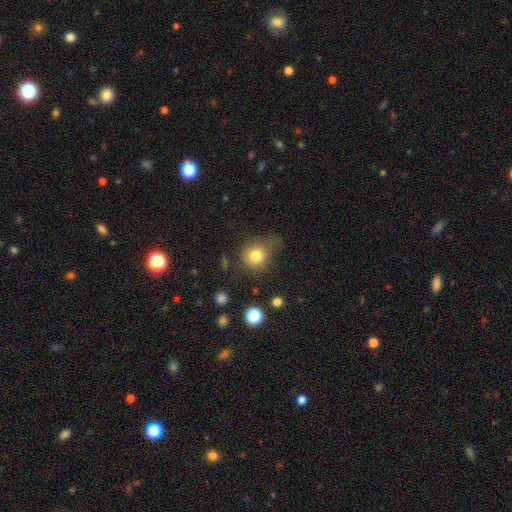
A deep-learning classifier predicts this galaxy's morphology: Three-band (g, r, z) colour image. It shows a smooth galaxy with no disk features (80%) that is round (82%). Merging: none (54%).